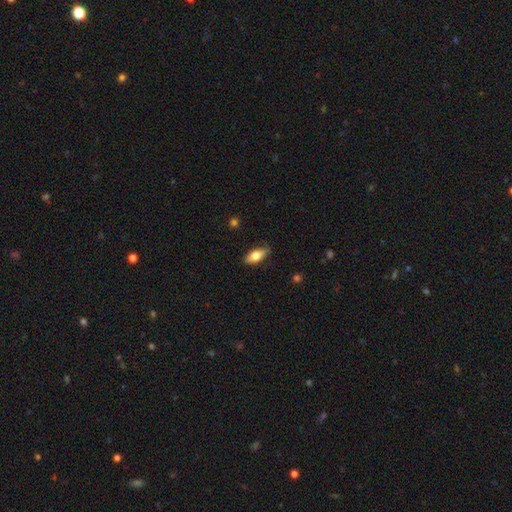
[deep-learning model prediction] Overall: smooth (70%). How rounded: in between (79%). Merging: none (79%).